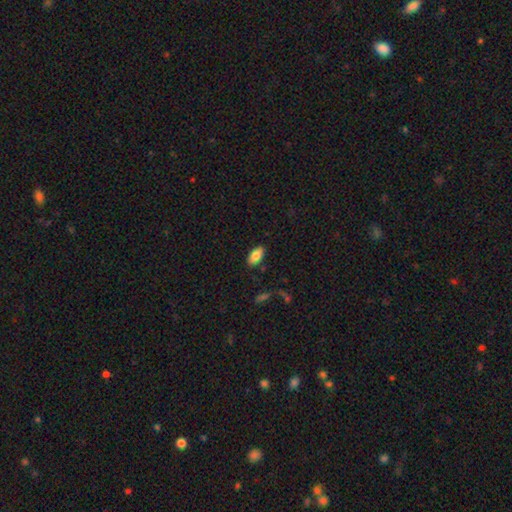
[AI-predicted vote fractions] Smooth or featured? Predicted: smooth (p=0.82). How rounded? Predicted: in between (p=0.93). Merging? Predicted: none (p=0.86).